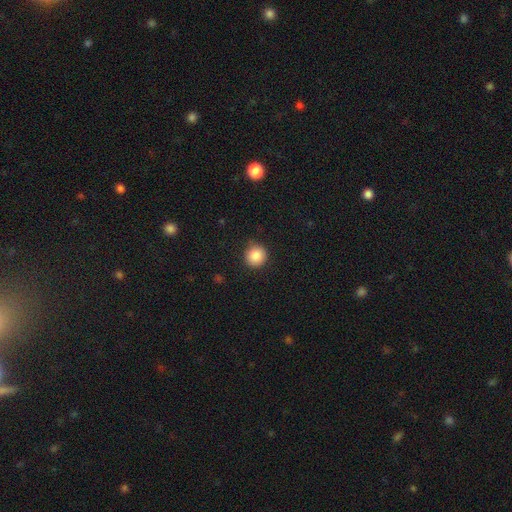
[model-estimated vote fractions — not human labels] Smooth or featured?
  - smooth: 87% *
  - star or artifact: 9%
  - featured or disk: 4%
How rounded?
  - round: 94% *
  - in between: 5%
  - cigar-shaped: 1%
Merging?
  - none: 88% *
  - minor disturbance: 8%
  - major disturbance: 2%
  - merger: 1%